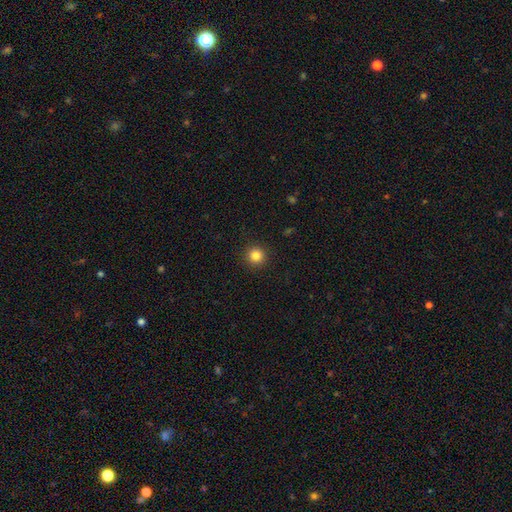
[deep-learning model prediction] Smooth or featured: smooth — 83% (star or artifact — 12%)
How rounded: round — 95% (in between — 4%)
Merging: none — 93% (minor disturbance — 5%)